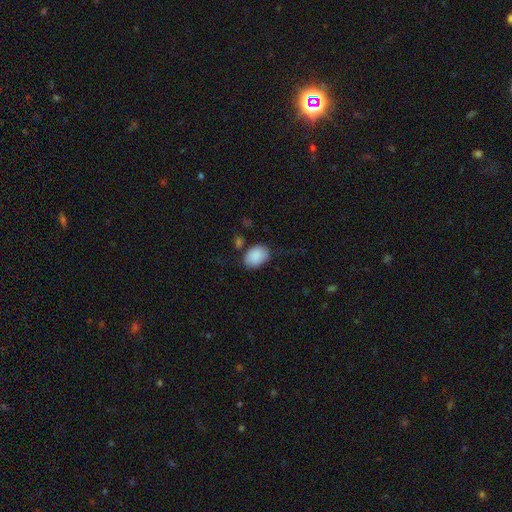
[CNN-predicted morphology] smooth_or_featured: smooth (p=0.88) [alt: star or artifact p=0.07]
how_rounded: in between (p=0.76) [alt: round p=0.23]
merging: none (p=0.63) [alt: minor disturbance p=0.23]